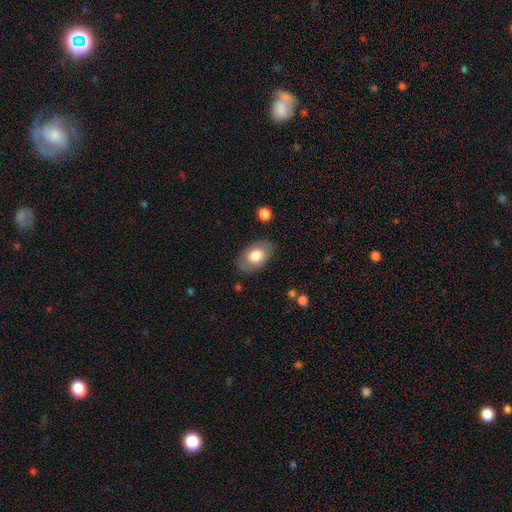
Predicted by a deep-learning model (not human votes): The model was most divided on "smooth or featured": smooth: 71%, featured or disk: 23%, star or artifact: 6%. More confident: how rounded — in between (89%); merging — none (82%).